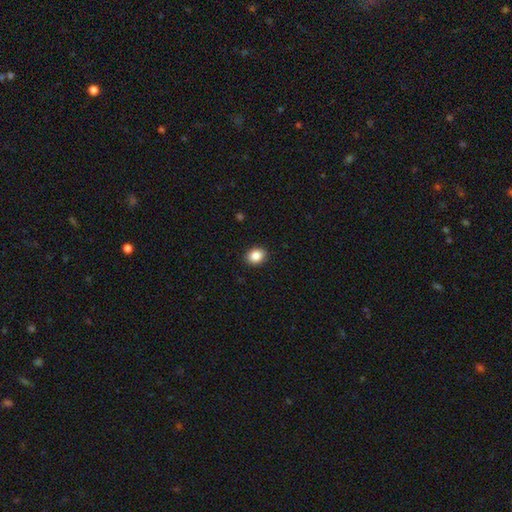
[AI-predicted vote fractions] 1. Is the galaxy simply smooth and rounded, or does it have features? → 87% smooth, 9% star or artifact, 4% featured or disk.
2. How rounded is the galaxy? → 51% round, 48% in between, 1% cigar-shaped.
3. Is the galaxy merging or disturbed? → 91% none, 6% minor disturbance, 2% major disturbance, 1% merger.